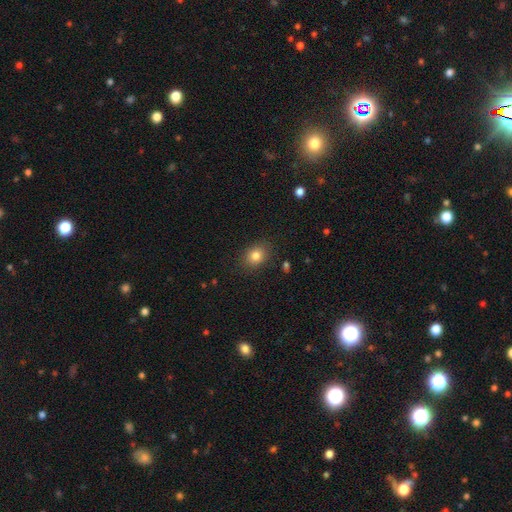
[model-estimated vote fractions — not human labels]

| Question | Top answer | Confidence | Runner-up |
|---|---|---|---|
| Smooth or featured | smooth | 82% | star or artifact (11%) |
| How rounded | in between | 52% | round (46%) |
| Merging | none | 86% | minor disturbance (10%) |